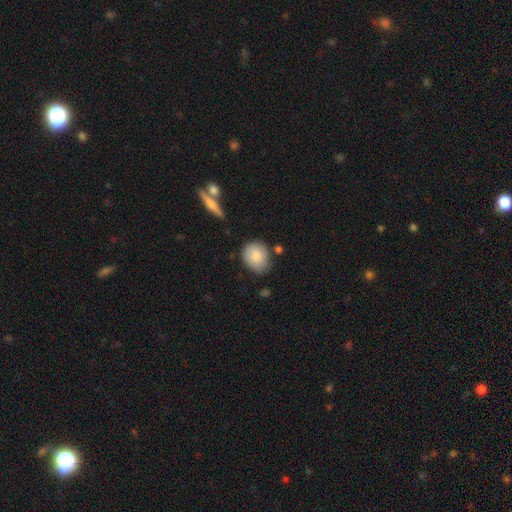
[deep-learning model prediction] Smooth or featured? Predicted: smooth (p=0.84). How rounded? Predicted: round (p=0.65). Merging? Predicted: none (p=0.71).